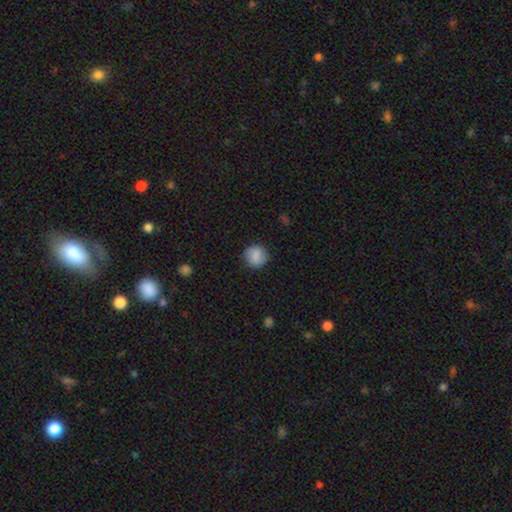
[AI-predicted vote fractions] Smooth or featured? Predicted: smooth (p=0.87). How rounded? Predicted: round (p=0.91). Merging? Predicted: none (p=0.89).